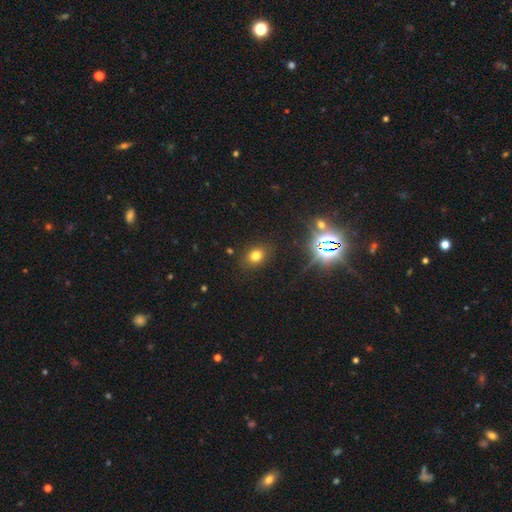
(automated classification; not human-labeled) smooth-or-featured: smooth: 71% | star or artifact: 20% | featured or disk: 9%
  how-rounded: in between: 59% | round: 39% | cigar-shaped: 1%
  merging: none: 85% | minor disturbance: 10% | major disturbance: 3% | merger: 2%